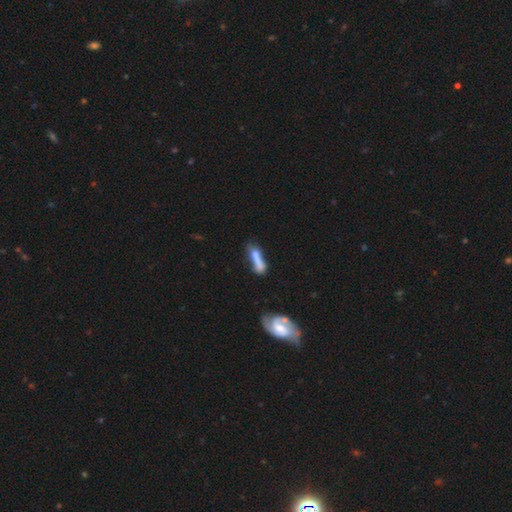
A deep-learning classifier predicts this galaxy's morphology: Smooth or featured: smooth — 61% (featured or disk — 28%)
How rounded: cigar-shaped — 61% (in between — 34%)
Merging: merger — 38% (none — 30%)